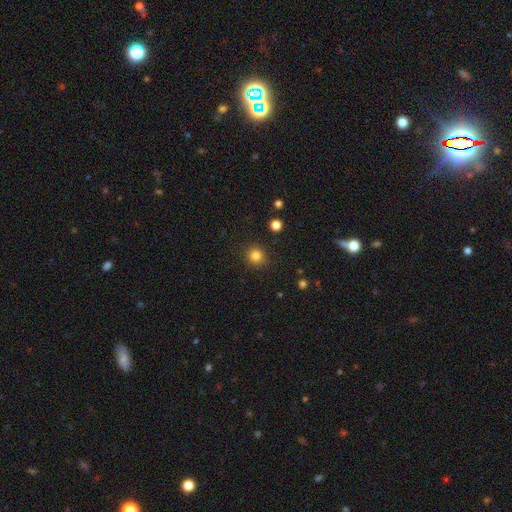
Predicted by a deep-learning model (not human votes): Smooth or featured: smooth — 82% (star or artifact — 13%)
How rounded: round — 91% (in between — 8%)
Merging: none — 90% (minor disturbance — 6%)